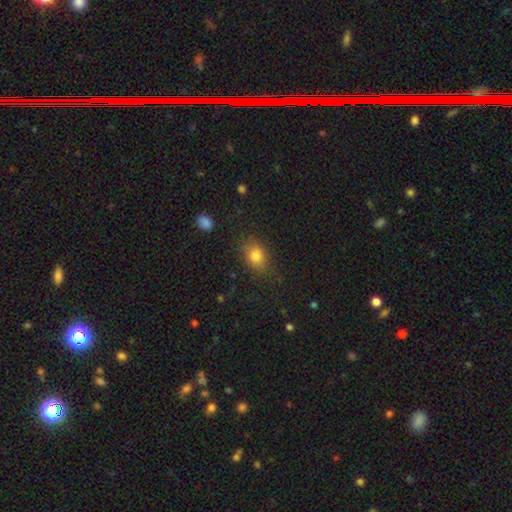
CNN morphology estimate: Overall: smooth (81%). How rounded: in between (68%; round 30%). Merging: none (77%).